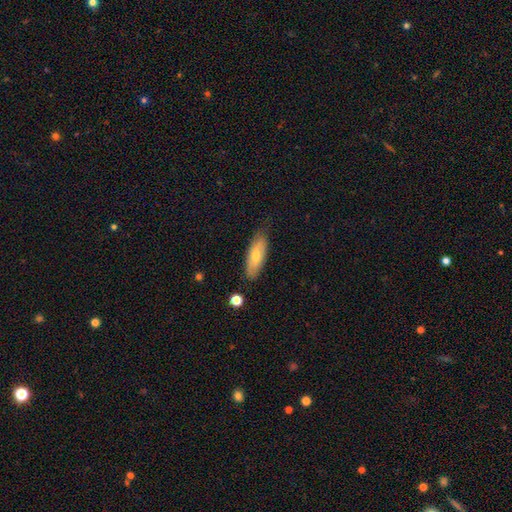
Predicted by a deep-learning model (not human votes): Smooth or featured?
  - smooth: 58% *
  - featured or disk: 35%
  - star or artifact: 7%
How rounded?
  - in between: 66% *
  - cigar-shaped: 32%
  - round: 3%
Merging?
  - none: 78% *
  - minor disturbance: 17%
  - major disturbance: 3%
  - merger: 2%